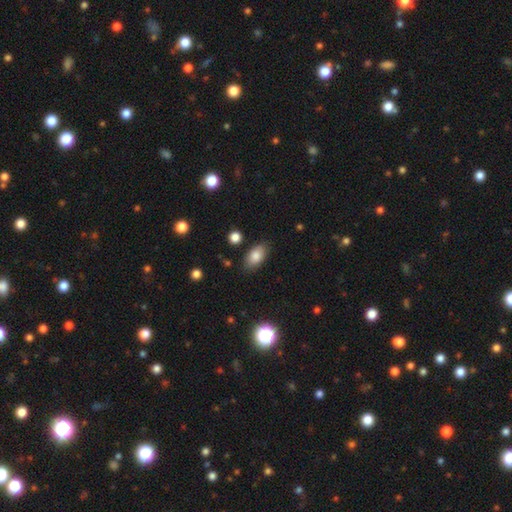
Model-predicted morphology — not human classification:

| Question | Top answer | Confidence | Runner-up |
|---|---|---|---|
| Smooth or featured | smooth | 83% | featured or disk (9%) |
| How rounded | in between | 91% | round (6%) |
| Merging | none | 84% | minor disturbance (12%) |